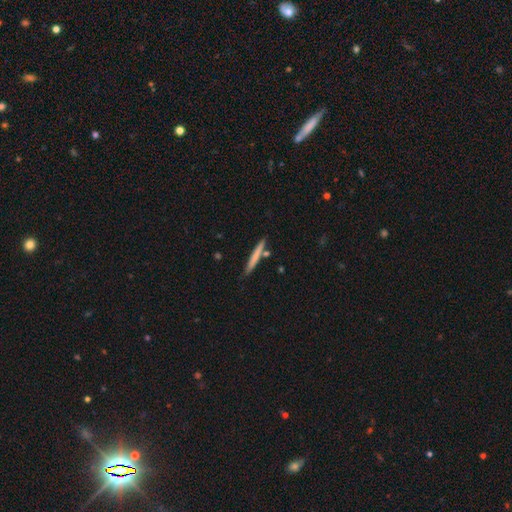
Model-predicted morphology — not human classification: Overall: smooth (67%; featured or disk 28%). How rounded: cigar-shaped (96%). Merging: none (81%).